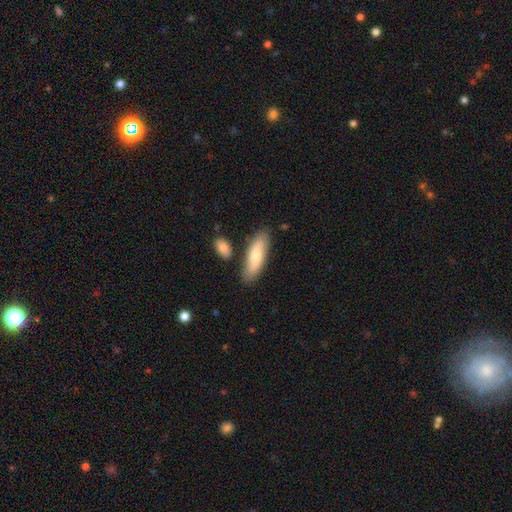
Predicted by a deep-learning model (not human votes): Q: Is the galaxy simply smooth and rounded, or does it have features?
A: smooth — 76%.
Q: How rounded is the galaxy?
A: in between — 56%.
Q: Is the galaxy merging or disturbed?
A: none — 79%.